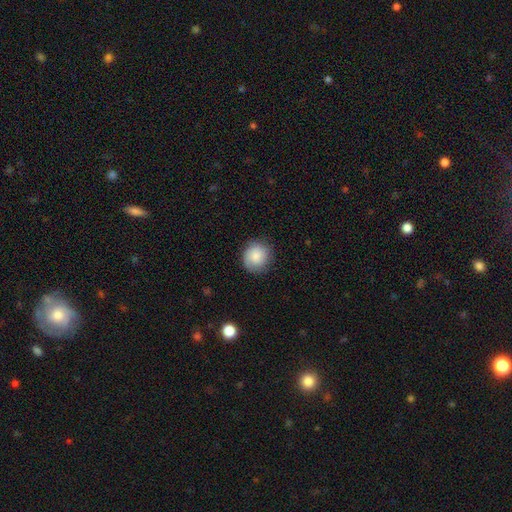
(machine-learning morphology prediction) Overall: smooth (80%). How rounded: round (88%). Merging: none (82%).